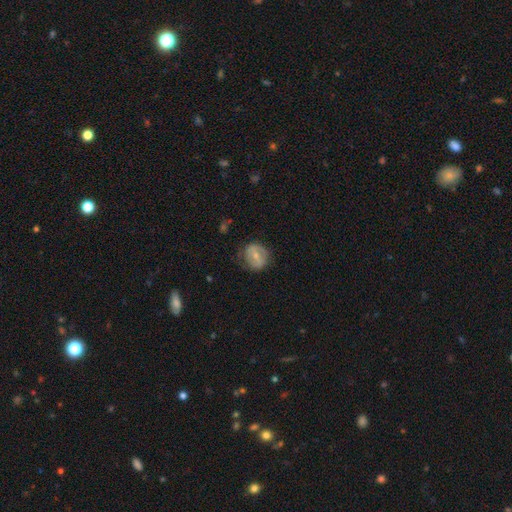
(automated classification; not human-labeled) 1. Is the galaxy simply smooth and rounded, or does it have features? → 49% featured or disk, 44% smooth, 7% star or artifact.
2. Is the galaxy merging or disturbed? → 69% none, 21% minor disturbance, 9% major disturbance, 1% merger.